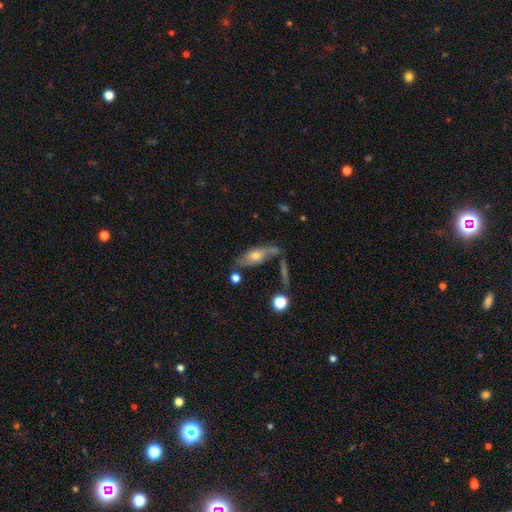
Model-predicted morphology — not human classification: Smooth or featured?
  - featured or disk: 48% *
  - smooth: 44%
  - star or artifact: 9%
Merging?
  - none: 53% *
  - minor disturbance: 22%
  - merger: 14%
  - major disturbance: 11%